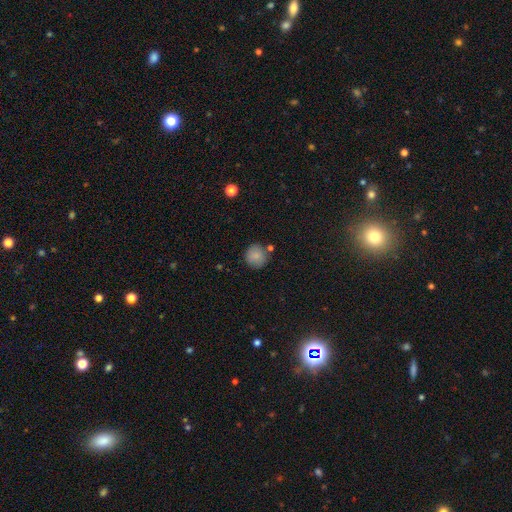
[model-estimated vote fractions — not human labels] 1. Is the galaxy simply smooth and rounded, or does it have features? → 84% smooth, 9% star or artifact, 7% featured or disk.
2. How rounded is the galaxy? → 92% round, 7% in between, 1% cigar-shaped.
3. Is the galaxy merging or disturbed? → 79% none, 11% minor disturbance, 7% merger, 3% major disturbance.